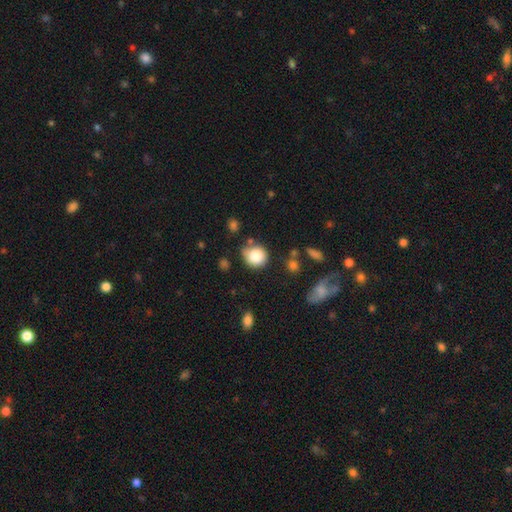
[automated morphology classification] smooth_or_featured: smooth (p=0.82) [alt: star or artifact p=0.10]
how_rounded: round (p=0.85) [alt: in between p=0.14]
merging: none (p=0.68) [alt: minor disturbance p=0.20]